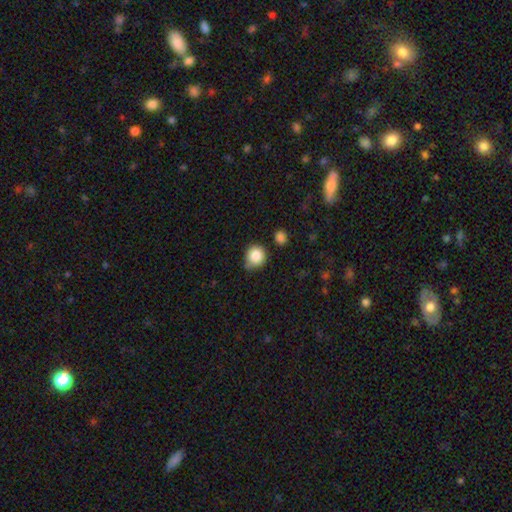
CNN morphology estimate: Smooth or featured? smooth (85%)
How rounded? round (89%)
Merging? none (69%)